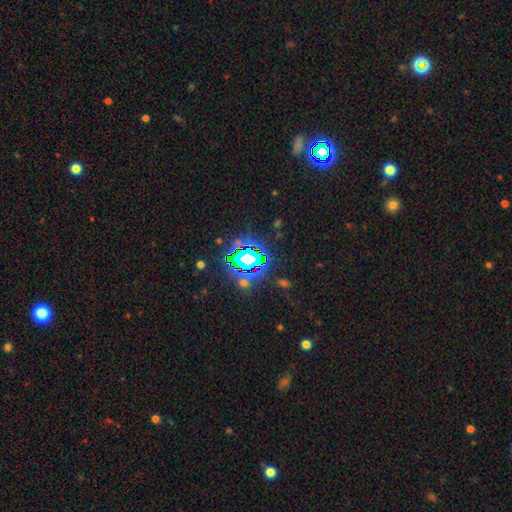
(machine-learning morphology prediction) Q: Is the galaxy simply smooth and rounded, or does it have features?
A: star or artifact — 80%.